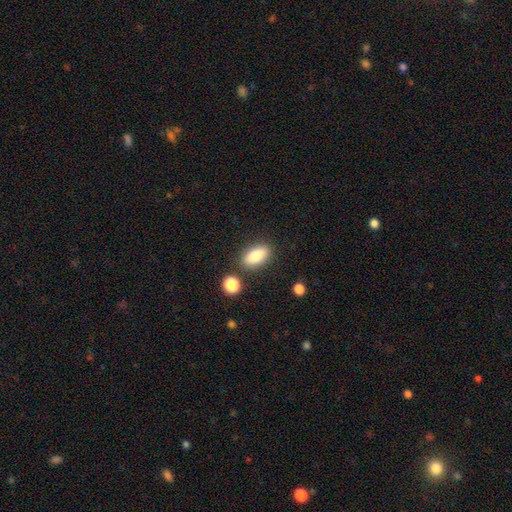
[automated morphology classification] A smooth galaxy with no disk features (83%) that is in between round and cigar-shaped (85%). Merging: none (82%).